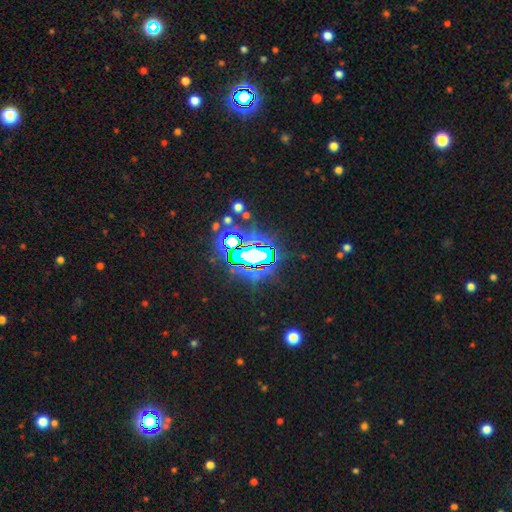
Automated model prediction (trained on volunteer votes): Q: Smooth or featured?
A: star or artifact (75%); runner-up: smooth (13%)